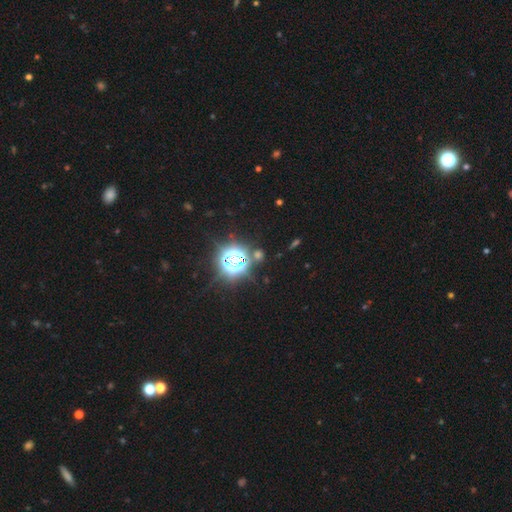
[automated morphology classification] smooth-or-featured: star or artifact: 74% | smooth: 17% | featured or disk: 9%